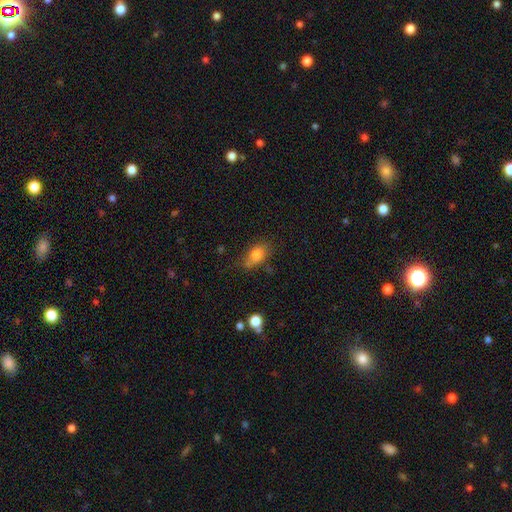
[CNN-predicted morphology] This is likely a smooth galaxy (77%). How rounded: clearly in between (81%). Merging: possibly none (57%).